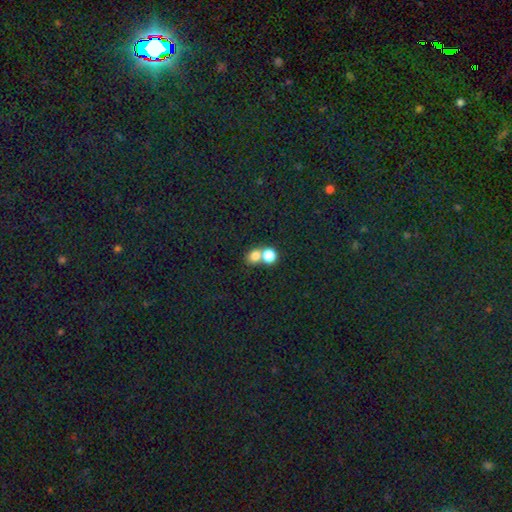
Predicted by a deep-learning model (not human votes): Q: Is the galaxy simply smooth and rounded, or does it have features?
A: smooth — 77%.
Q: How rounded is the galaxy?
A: round — 72%.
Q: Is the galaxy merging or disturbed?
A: merger — 59%.